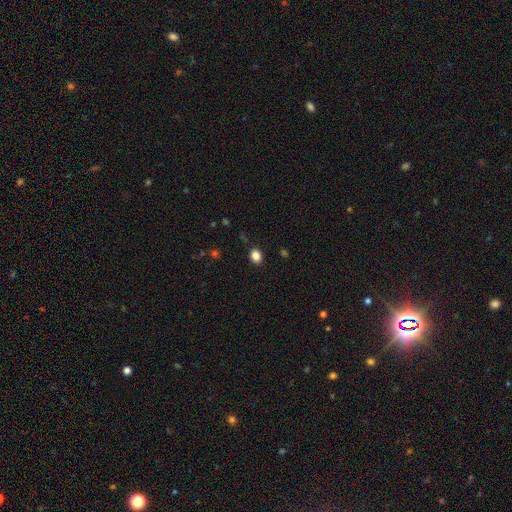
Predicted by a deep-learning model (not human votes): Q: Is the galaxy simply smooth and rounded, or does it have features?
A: smooth — 85%.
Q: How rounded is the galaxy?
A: in between — 55%.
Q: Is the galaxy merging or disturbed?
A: none — 88%.